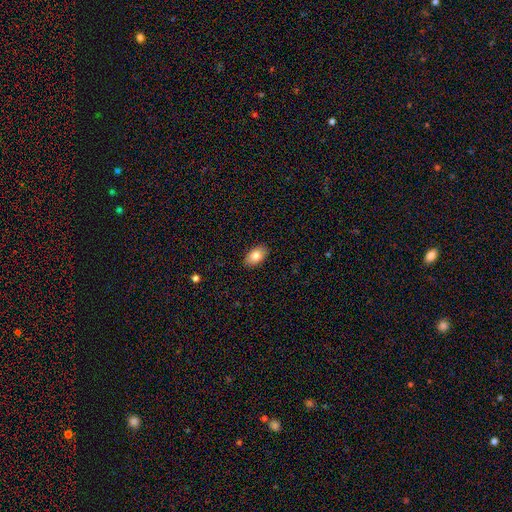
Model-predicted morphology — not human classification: smooth_or_featured: smooth (p=0.83) [alt: featured or disk p=0.10]
how_rounded: in between (p=0.93) [alt: round p=0.05]
merging: none (p=0.89) [alt: minor disturbance p=0.08]